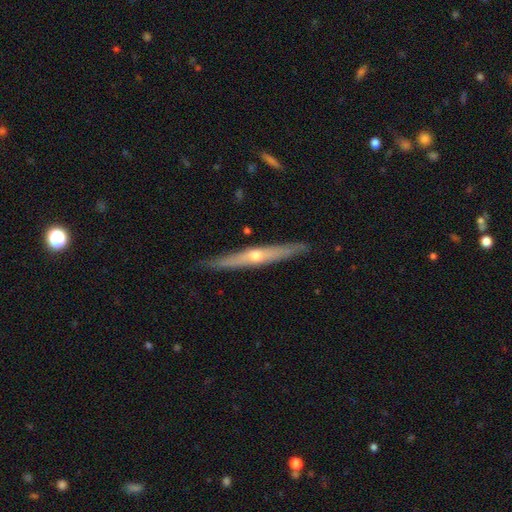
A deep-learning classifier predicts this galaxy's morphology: type=featured or disk (73%); edge-on=yes (95%); edge-on bulge=rounded (81%); merging=none (88%).